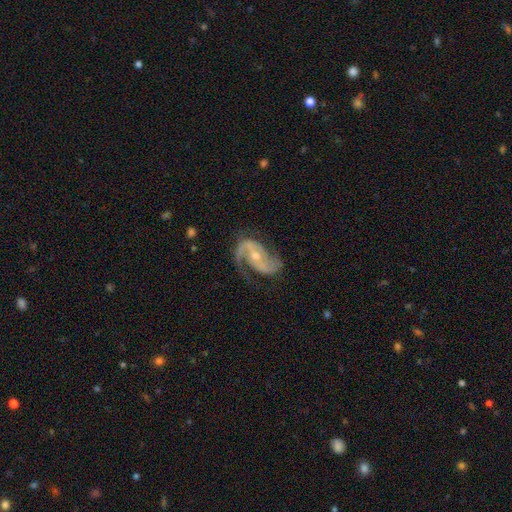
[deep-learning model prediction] Smooth or featured? featured or disk (90%)
Edge-on disk? no (97%)
Bar? no (44%)
Spiral arms? yes (97%)
Spiral winding? medium (53%)
Spiral arm count? 2 (86%)
Bulge size? small (51%)
Merging? none (64%)